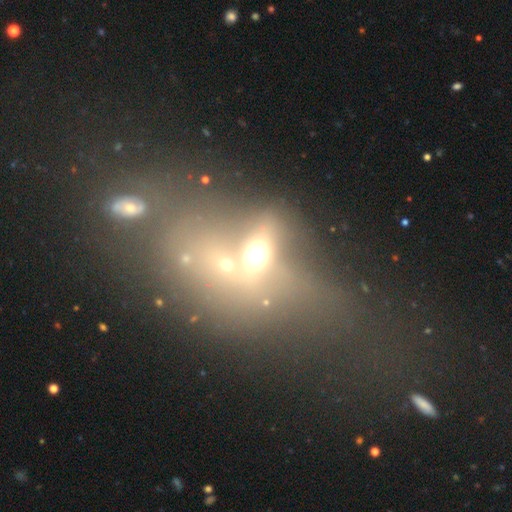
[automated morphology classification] Q: Smooth or featured?
A: smooth (42%); runner-up: featured or disk (32%)
Q: Merging?
A: merger (50%); runner-up: none (20%)